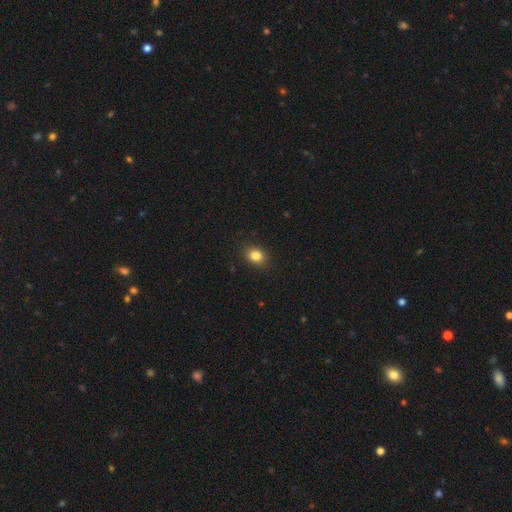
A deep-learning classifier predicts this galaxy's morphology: smooth 84%, star or artifact 11%, featured or disk 6%. Down the decision tree: how rounded — in between (54%); merging — none (88%).